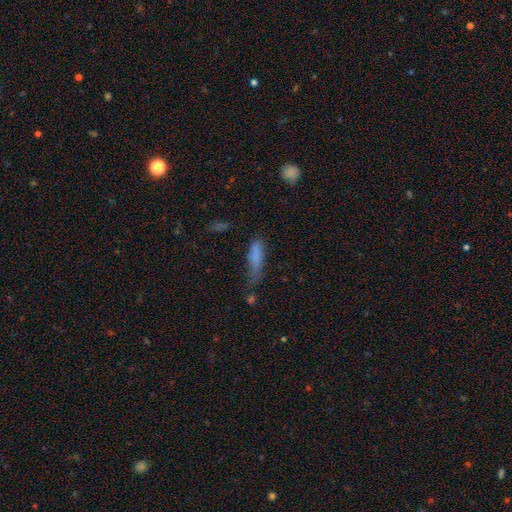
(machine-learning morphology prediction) smooth 77%, featured or disk 14%, star or artifact 10%. Down the decision tree: how rounded — cigar-shaped (61%); merging — none (40%).